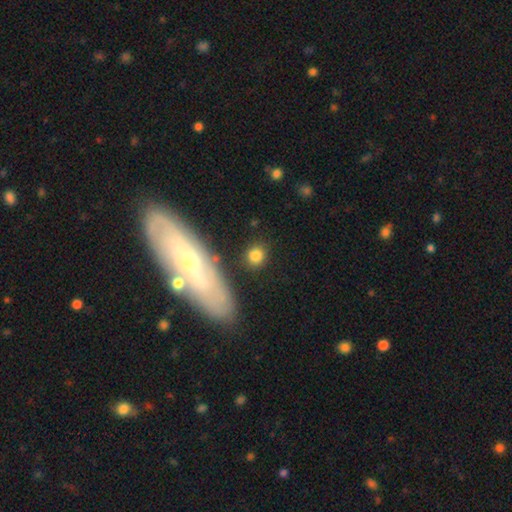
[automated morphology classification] This is clearly a smooth galaxy (82%). How rounded: clearly round (82%). Merging: clearly none (84%).